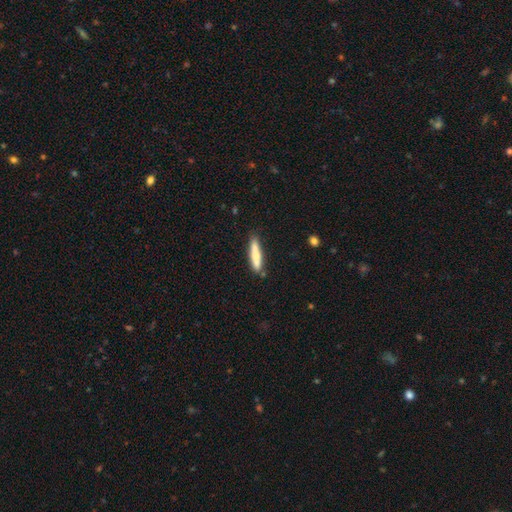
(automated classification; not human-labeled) This is likely a smooth galaxy (64%). How rounded: clearly cigar-shaped (89%). Merging: clearly none (83%).